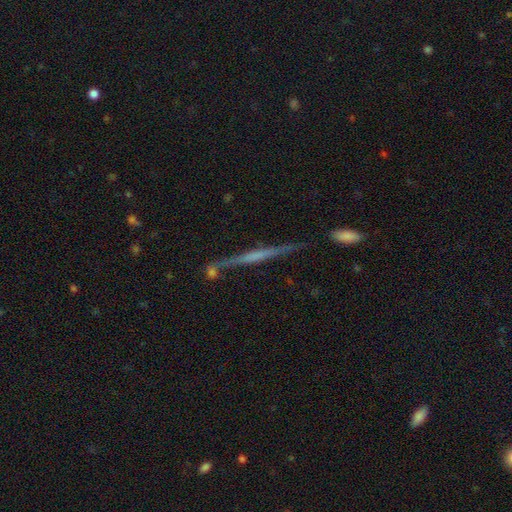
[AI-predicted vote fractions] Smooth or featured? Predicted: featured or disk (p=0.69). Edge-on disk? Predicted: yes (p=0.96). Edge-on bulge? Predicted: none (p=0.53). Merging? Predicted: none (p=0.74).